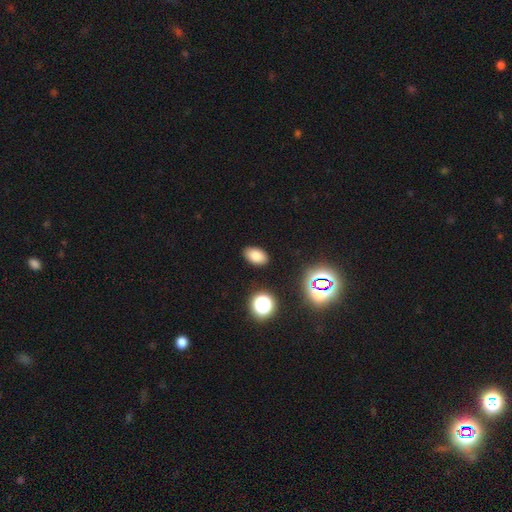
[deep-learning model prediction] A smooth galaxy with no disk features (80%) that is in between round and cigar-shaped (89%).

Vote fractions:
- Smooth or featured? smooth: 80% / star or artifact: 14% / featured or disk: 6%
- How rounded? in between: 89% / round: 9% / cigar-shaped: 1%
- Merging? none: 88% / minor disturbance: 8% / major disturbance: 2% / merger: 1%